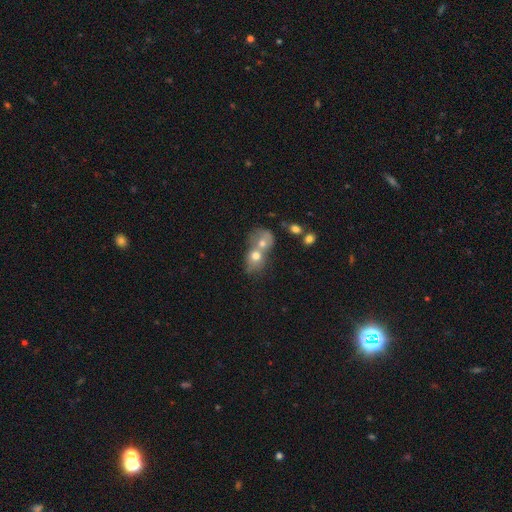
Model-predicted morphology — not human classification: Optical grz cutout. It shows a smooth galaxy with no disk features (64%) that is round (52%). Merging: merger (77%).